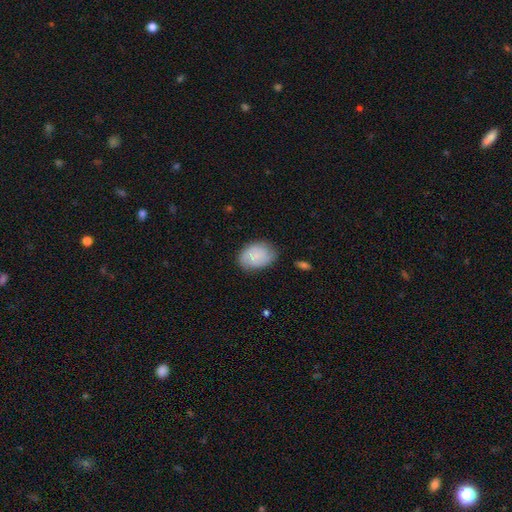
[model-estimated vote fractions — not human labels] Q: Smooth or featured?
A: smooth (58%); runner-up: featured or disk (34%)
Q: How rounded?
A: in between (82%); runner-up: round (17%)
Q: Merging?
A: none (71%); runner-up: minor disturbance (22%)